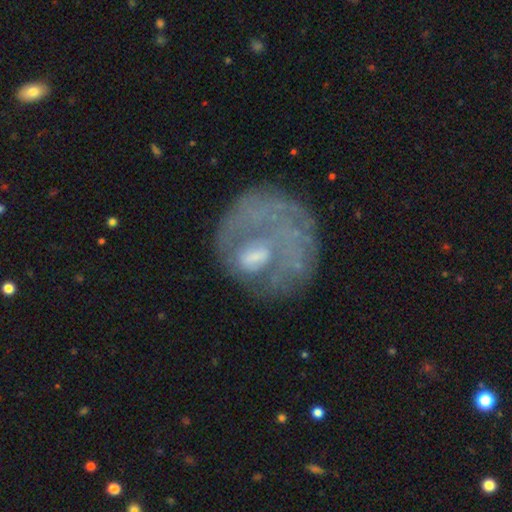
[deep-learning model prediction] Smooth or featured?
  - featured or disk: 60% *
  - smooth: 30%
  - star or artifact: 10%
Edge-on disk?
  - no: 97% *
  - yes: 3%
Bar?
  - no: 62% *
  - weak: 28%
  - strong: 10%
Spiral arms?
  - no: 62% *
  - yes: 38%
Bulge size?
  - moderate: 37% *
  - none: 27%
  - small: 25%
  - large: 10%
  - dominant: 2%
Merging?
  - none: 38% * (tied)
  - major disturbance: 38% * (tied)
  - minor disturbance: 18%
  - merger: 6%